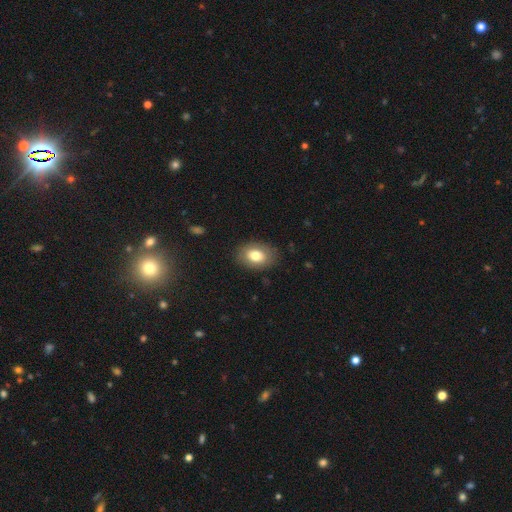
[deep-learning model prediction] This appears to be a smooth galaxy with no disk features (77%) that is in between round and cigar-shaped (78%). Merging: none (85%).